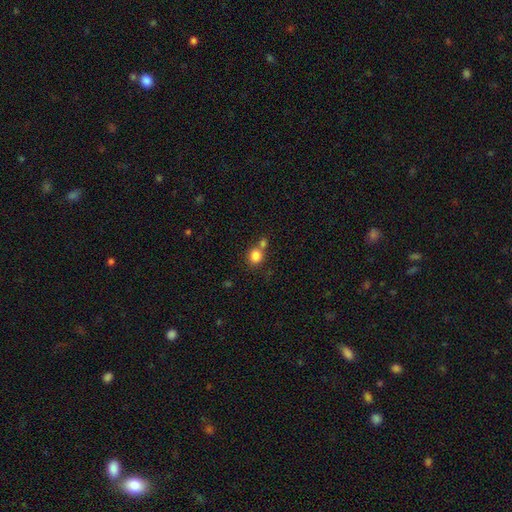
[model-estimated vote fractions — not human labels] Smooth or featured? smooth (83%)
How rounded? round (80%)
Merging? none (52%)